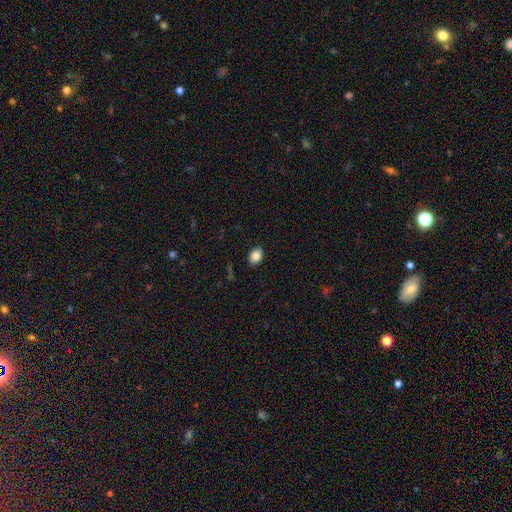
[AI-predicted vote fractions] This appears to be a smooth galaxy with no disk features (85%) that is in between round and cigar-shaped (79%). Merging: none (87%).